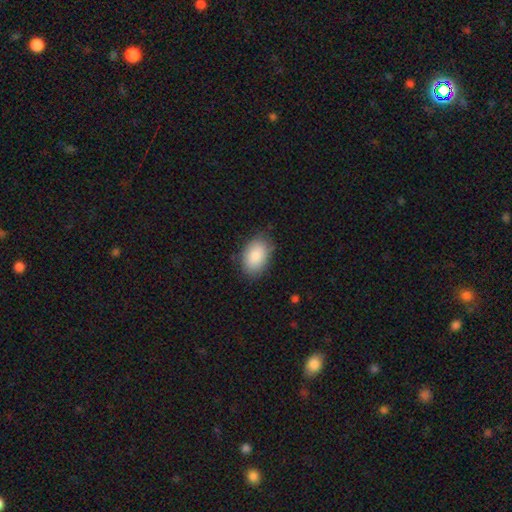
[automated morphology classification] A smooth galaxy with no disk features (86%) that is in between round and cigar-shaped (88%). Merging: none (78%).